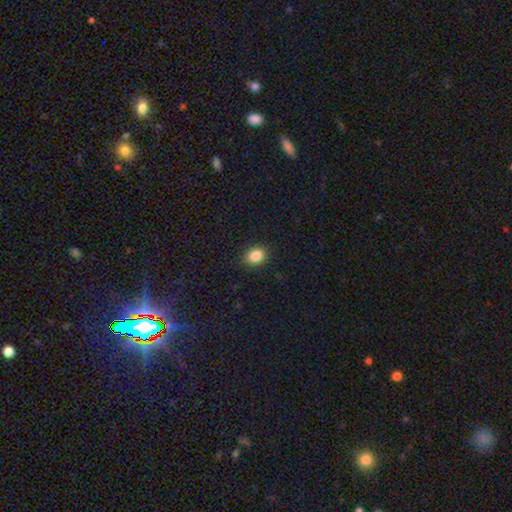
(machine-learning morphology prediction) A smooth galaxy with no disk features (86%) that is round (52%). Merging: none (88%).